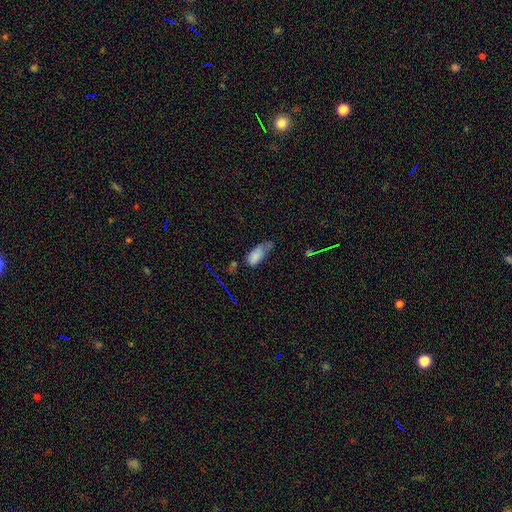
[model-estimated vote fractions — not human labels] Smooth or featured?
  - smooth: 76% *
  - featured or disk: 13%
  - star or artifact: 11%
How rounded?
  - in between: 82% *
  - cigar-shaped: 14%
  - round: 3%
Merging?
  - minor disturbance: 39% *
  - none: 27%
  - major disturbance: 26%
  - merger: 8%